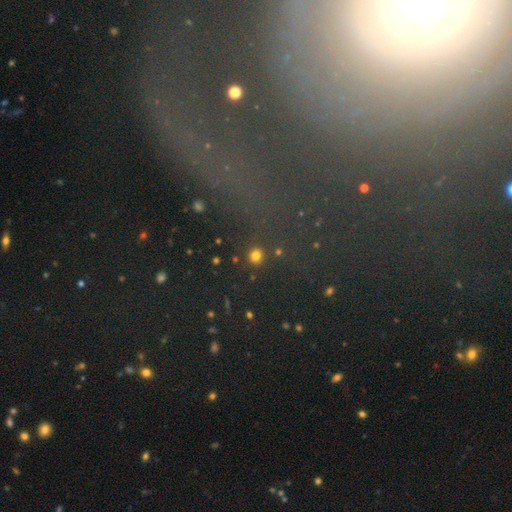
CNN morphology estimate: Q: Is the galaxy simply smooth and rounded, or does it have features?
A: smooth — 78%.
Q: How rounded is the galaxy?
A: round — 91%.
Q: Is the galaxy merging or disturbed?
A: none — 88%.